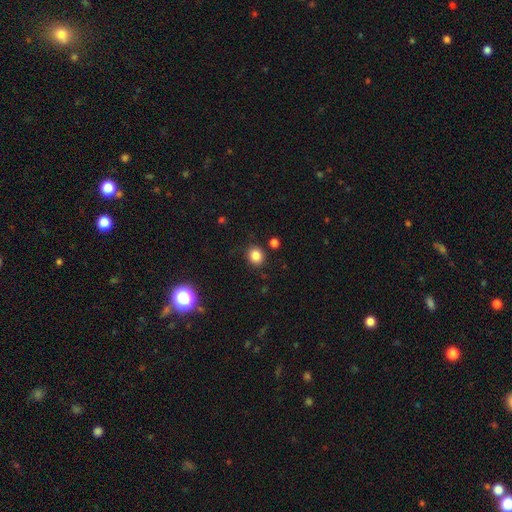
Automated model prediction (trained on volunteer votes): Q: Smooth or featured?
A: smooth (84%); runner-up: star or artifact (12%)
Q: How rounded?
A: round (72%); runner-up: in between (27%)
Q: Merging?
A: none (85%); runner-up: minor disturbance (9%)